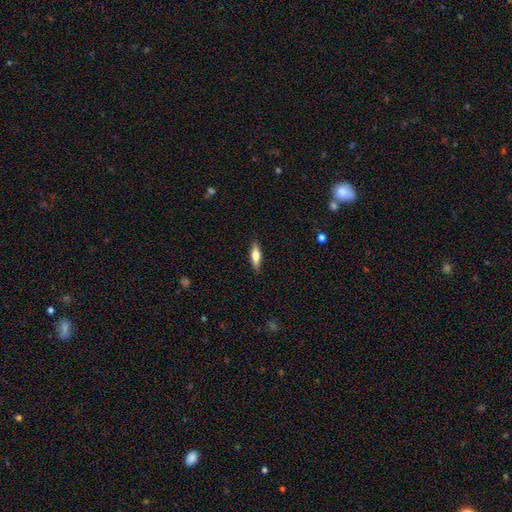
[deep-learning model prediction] Smooth or featured? Predicted: smooth (p=0.62). How rounded? Predicted: cigar-shaped (p=0.54). Merging? Predicted: none (p=0.88).